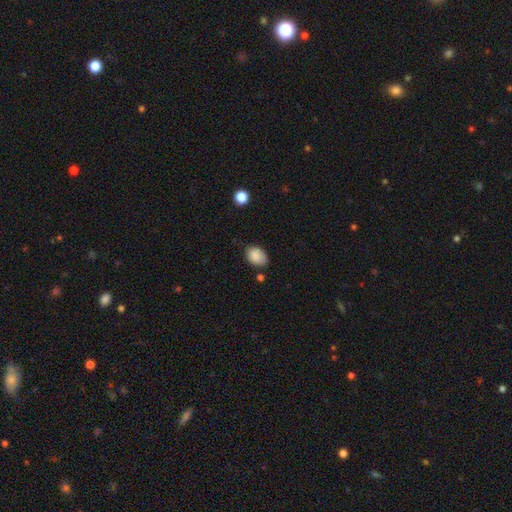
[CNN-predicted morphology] smooth-or-featured: smooth: 87% | star or artifact: 8% | featured or disk: 5%
  how-rounded: in between: 76% | round: 23% | cigar-shaped: 1%
  merging: none: 70% | minor disturbance: 23% | major disturbance: 4% | merger: 3%